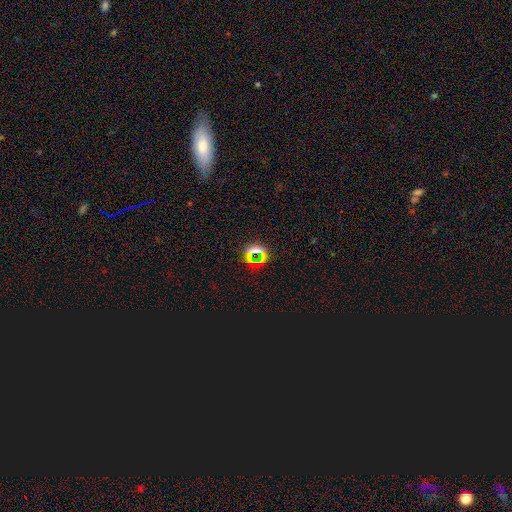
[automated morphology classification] A star or artifact, not a galaxy (69%).

Vote fractions:
- Smooth or featured? star or artifact: 69% / smooth: 22% / featured or disk: 9%